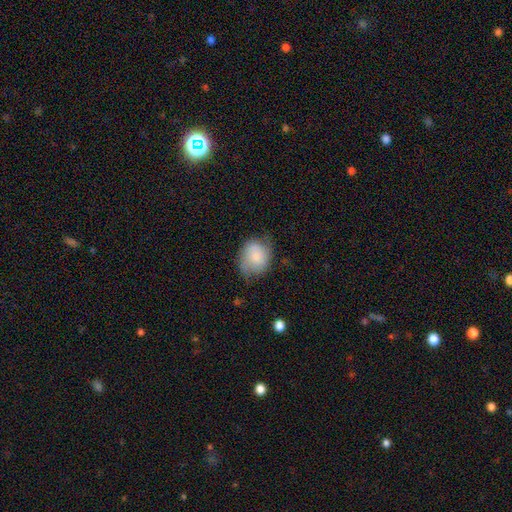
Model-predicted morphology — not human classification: The model was most divided on "how rounded": round: 51%, in between: 48%, cigar-shaped: 1%. More confident: smooth or featured — smooth (73%); merging — none (51%).